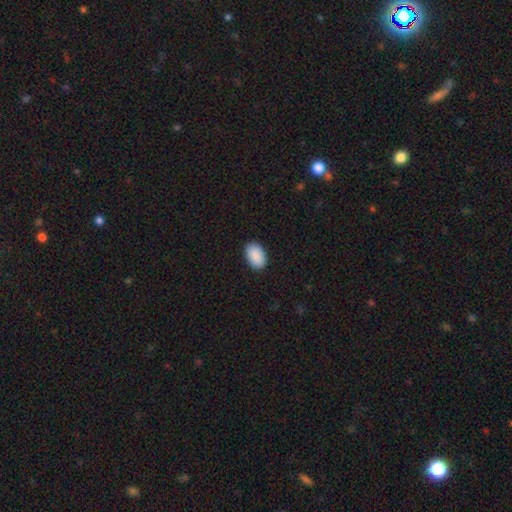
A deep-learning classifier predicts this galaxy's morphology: This is clearly a smooth galaxy (91%). How rounded: clearly in between (93%). Merging: clearly none (89%).